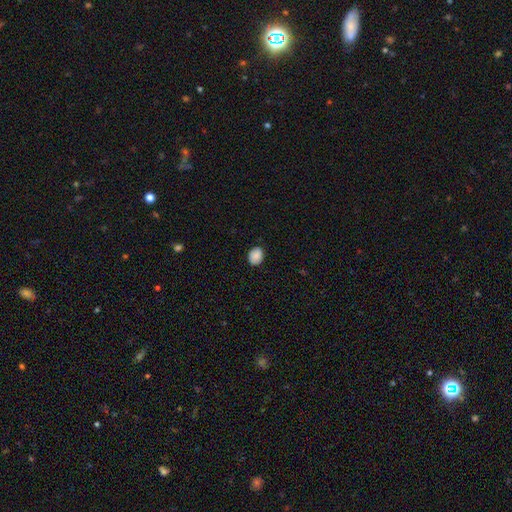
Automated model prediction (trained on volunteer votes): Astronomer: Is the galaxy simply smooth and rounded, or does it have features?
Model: smooth — 88%.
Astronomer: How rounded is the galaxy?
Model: in between — 50% (runner-up: round, 49%).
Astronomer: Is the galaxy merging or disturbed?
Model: none — 82%.